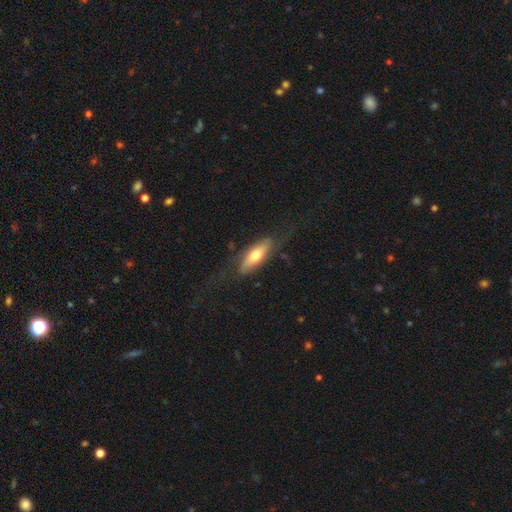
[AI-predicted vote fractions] This appears to be a smooth galaxy with no disk features (54%) that is in between round and cigar-shaped (61%). Merging: none (64%).